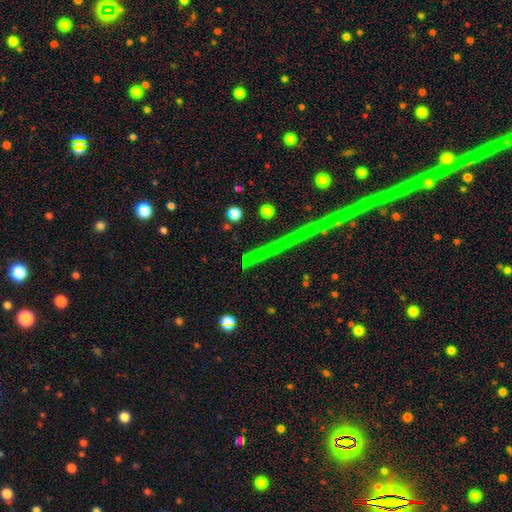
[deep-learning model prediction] star or artifact 68%, smooth 17%, featured or disk 15%.